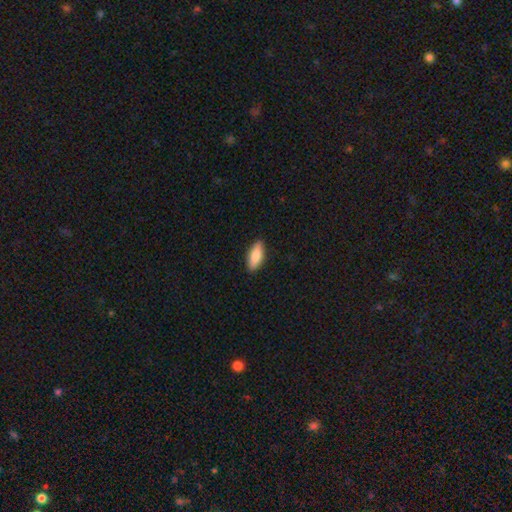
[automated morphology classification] The model was most divided on "how rounded": in between: 72%, cigar-shaped: 25%, round: 2%. More confident: merging — none (87%); smooth or featured — smooth (82%).